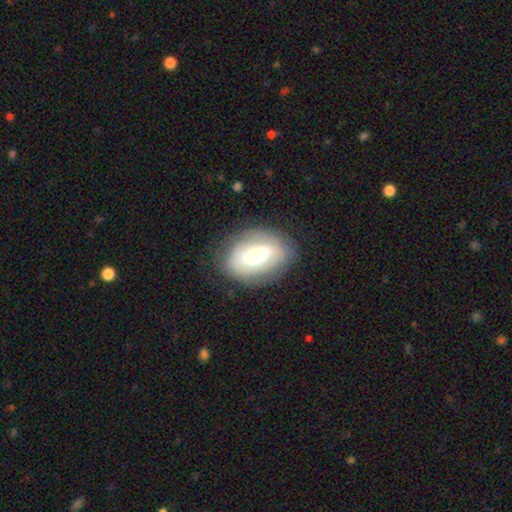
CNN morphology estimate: Smooth or featured: featured or disk — 52% (smooth — 41%)
Edge-on disk: no — 91% (yes — 9%)
Merging: none — 79% (minor disturbance — 14%)